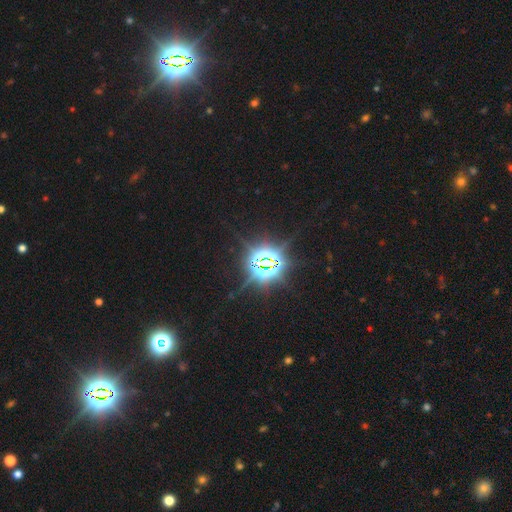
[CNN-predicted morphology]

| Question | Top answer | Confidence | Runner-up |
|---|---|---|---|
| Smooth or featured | star or artifact | 84% | smooth (9%) |